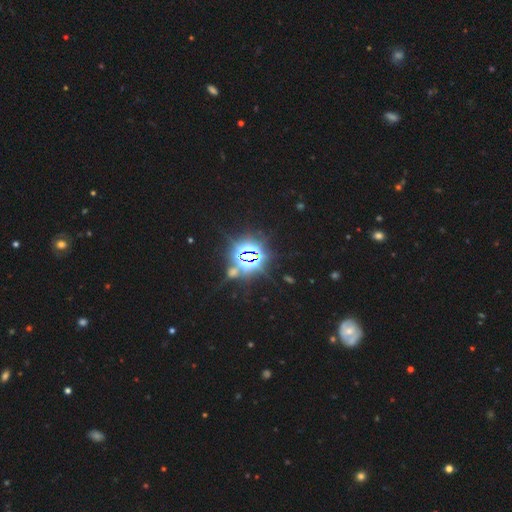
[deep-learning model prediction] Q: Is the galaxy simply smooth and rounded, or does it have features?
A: star or artifact — 84%.